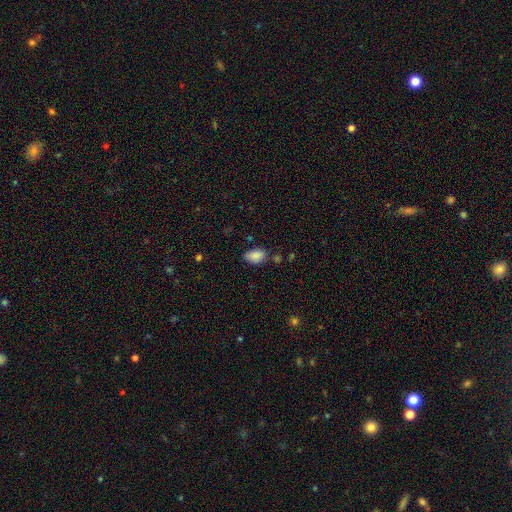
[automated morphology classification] smooth-or-featured: smooth: 87% | star or artifact: 8% | featured or disk: 5%
  how-rounded: in between: 89% | round: 9% | cigar-shaped: 1%
  merging: none: 69% | minor disturbance: 22% | merger: 5% | major disturbance: 4%